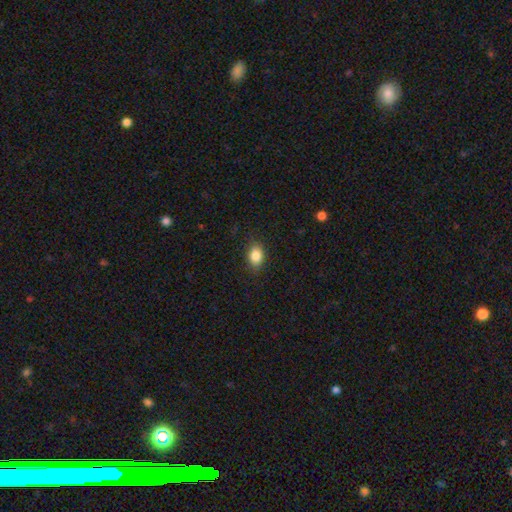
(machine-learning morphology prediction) smooth_or_featured: smooth (p=0.85) [alt: star or artifact p=0.09]
how_rounded: in between (p=0.75) [alt: round p=0.23]
merging: none (p=0.84) [alt: minor disturbance p=0.12]